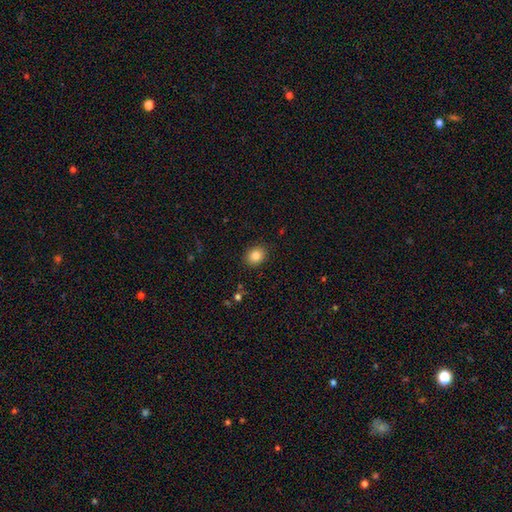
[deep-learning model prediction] Smooth or featured: smooth — 84% (star or artifact — 10%)
How rounded: round — 55% (in between — 44%)
Merging: none — 89% (minor disturbance — 8%)